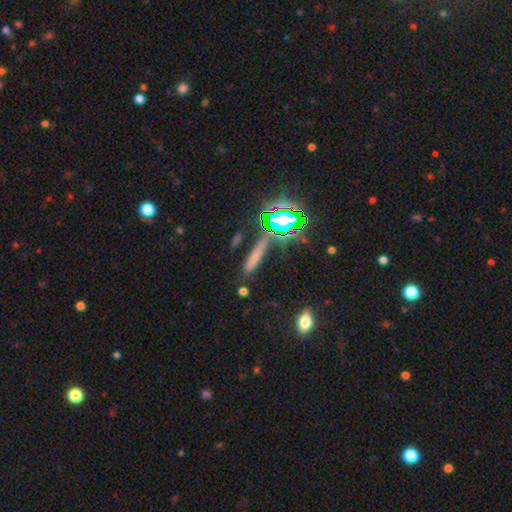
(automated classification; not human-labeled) Overall: smooth (52%; star or artifact 30%). How rounded: cigar-shaped (83%). Merging: none (78%).